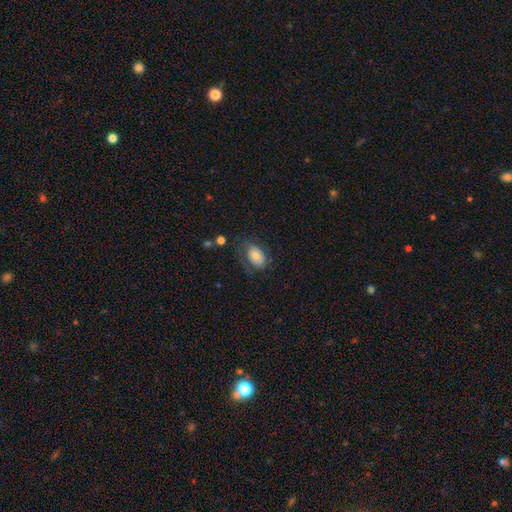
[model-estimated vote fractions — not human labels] smooth_or_featured: smooth (p=0.68) [alt: featured or disk p=0.24]
how_rounded: in between (p=0.85) [alt: round p=0.13]
merging: none (p=0.57) [alt: minor disturbance p=0.24]